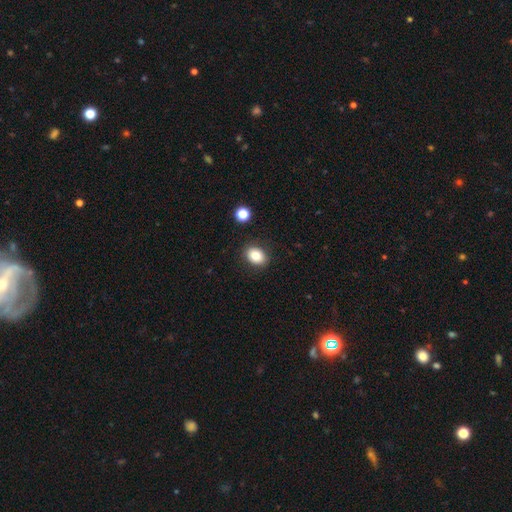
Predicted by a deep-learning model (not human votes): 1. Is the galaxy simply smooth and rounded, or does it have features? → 82% smooth, 10% star or artifact, 8% featured or disk.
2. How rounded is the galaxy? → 64% in between, 35% round, 1% cigar-shaped.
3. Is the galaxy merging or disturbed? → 87% none, 8% minor disturbance, 3% major disturbance, 2% merger.